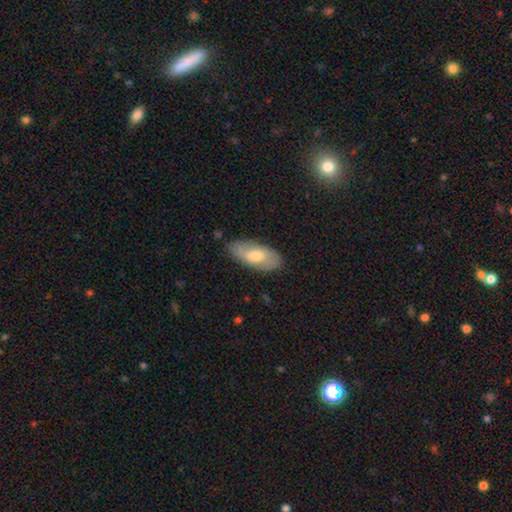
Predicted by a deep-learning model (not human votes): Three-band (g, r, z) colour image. It shows a smooth galaxy with no disk features (60%) that is in between round and cigar-shaped (89%). Merging: none (76%).